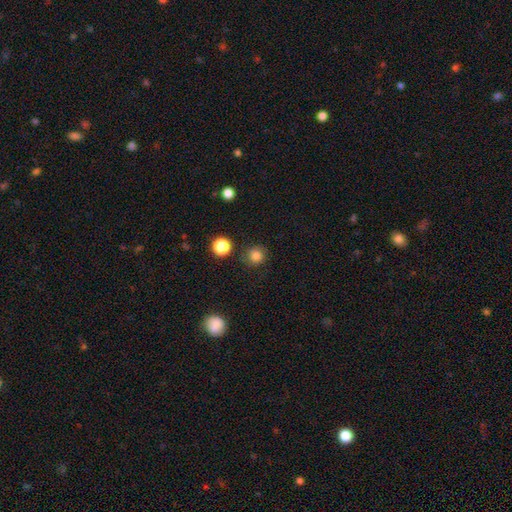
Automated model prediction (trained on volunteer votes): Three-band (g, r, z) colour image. It shows a smooth galaxy with no disk features (83%) that is round (93%). Merging: none (87%).